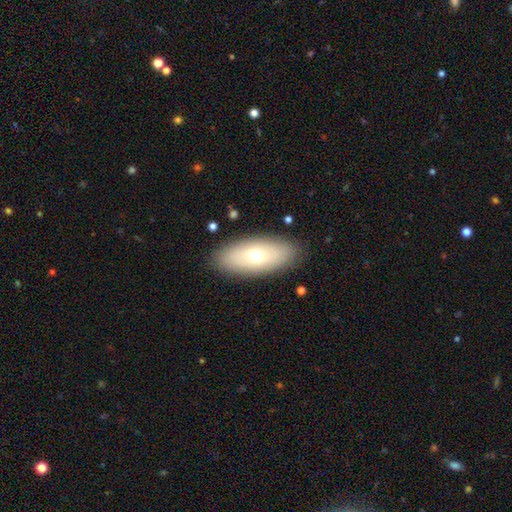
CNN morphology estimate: Smooth or featured? smooth (64%)
How rounded? in between (85%)
Merging? none (88%)